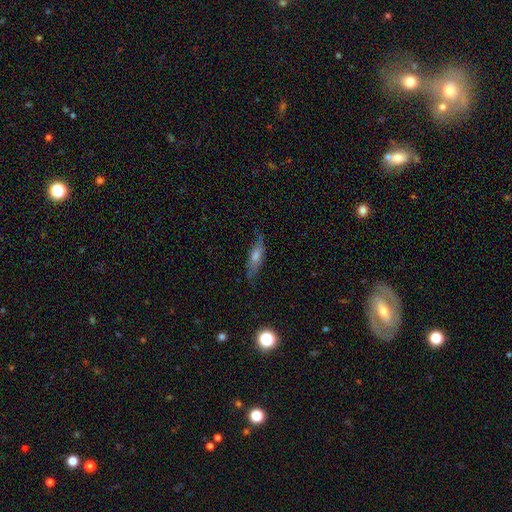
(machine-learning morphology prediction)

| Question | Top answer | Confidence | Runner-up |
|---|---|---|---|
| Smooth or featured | featured or disk | 52% | smooth (38%) |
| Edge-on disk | yes | 65% | no (35%) |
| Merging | none | 74% | minor disturbance (19%) |